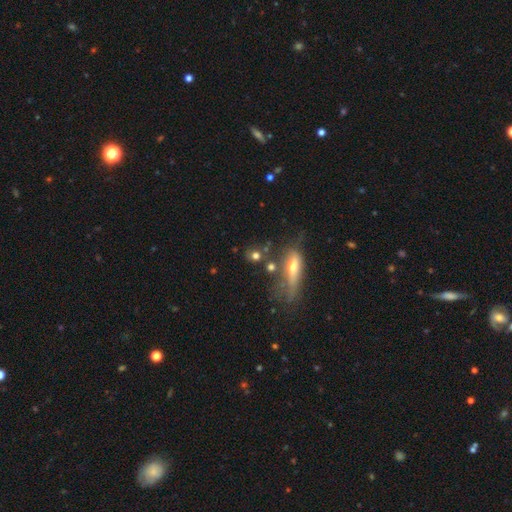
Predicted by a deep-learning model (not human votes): Smooth or featured? Predicted: smooth (p=0.67). How rounded? Predicted: round (p=0.62). Merging? Predicted: none (p=0.60).